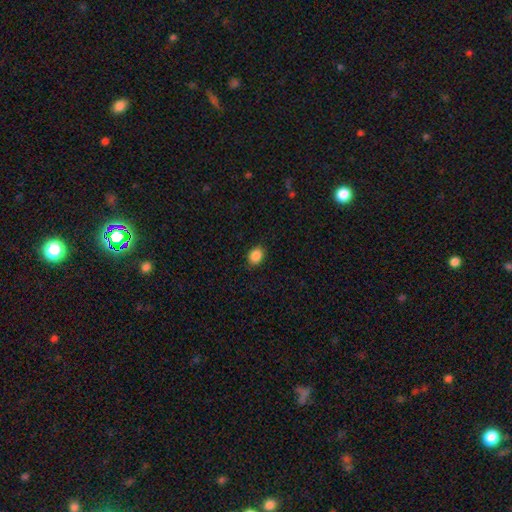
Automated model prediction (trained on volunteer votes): A smooth galaxy with no disk features (88%) that is in between round and cigar-shaped (63%).

Vote fractions:
- Smooth or featured? smooth: 88% / star or artifact: 9% / featured or disk: 3%
- How rounded? in between: 63% / round: 36% / cigar-shaped: 1%
- Merging? none: 88% / minor disturbance: 9% / major disturbance: 2% / merger: 1%